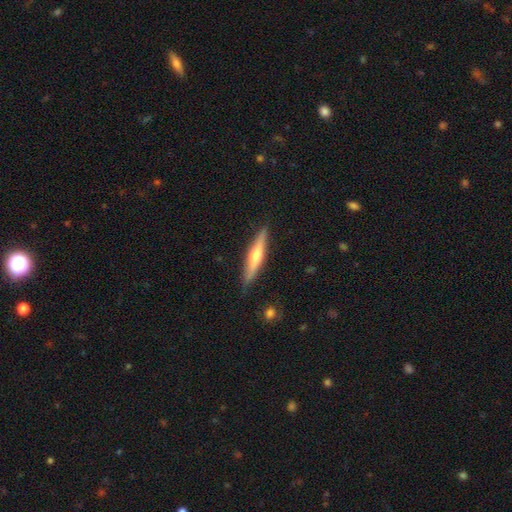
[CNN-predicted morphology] The model was most divided on "smooth or featured": featured or disk: 51%, smooth: 43%, star or artifact: 6%. More confident: edge-on disk — yes (94%); merging — none (87%).